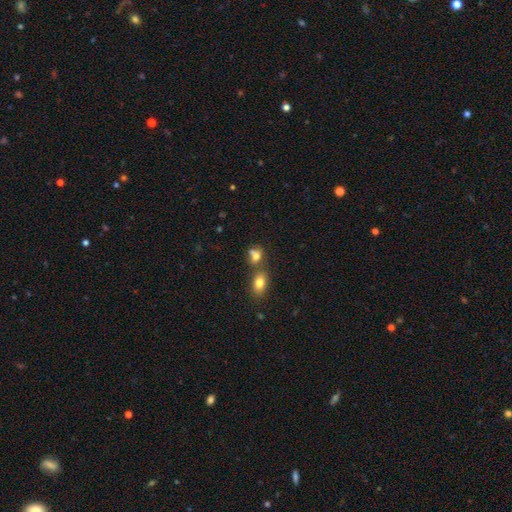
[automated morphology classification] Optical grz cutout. It shows a smooth galaxy with no disk features (75%) that is in between round and cigar-shaped (62%). Merging: merger (48%).